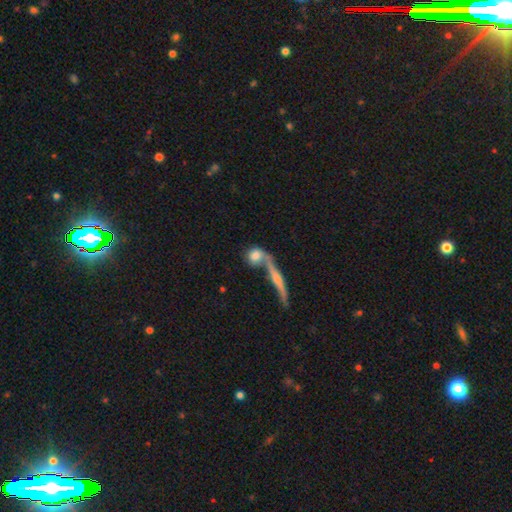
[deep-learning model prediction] Smooth or featured: smooth — 64% (featured or disk — 27%)
How rounded: round — 63% (in between — 25%)
Merging: merger — 41% (none — 40%)